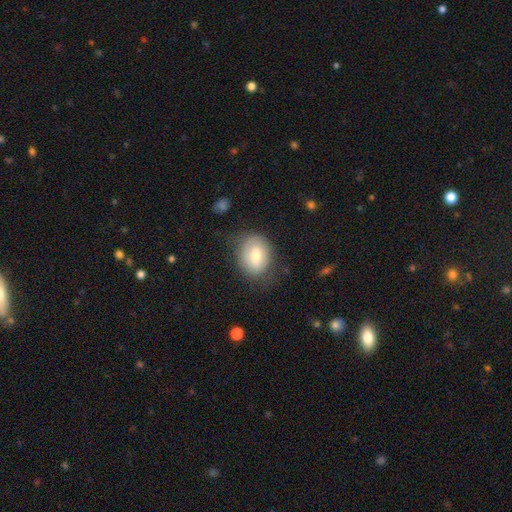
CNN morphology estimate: The model was most divided on "how rounded": in between: 57%, round: 42%, cigar-shaped: 1%. More confident: merging — none (69%); smooth or featured — smooth (66%).